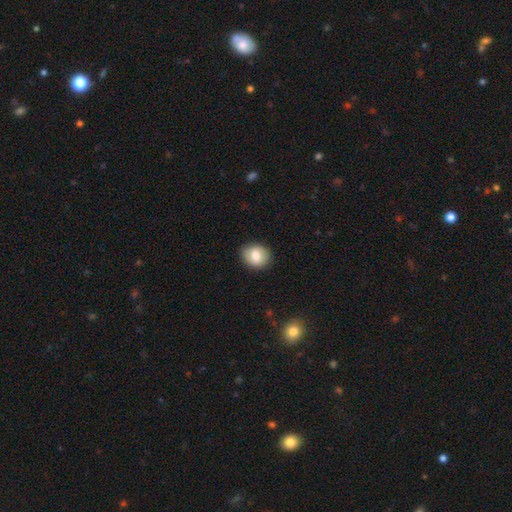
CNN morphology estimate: This appears to be a smooth galaxy with no disk features (79%) that is round (57%). Merging: none (87%).